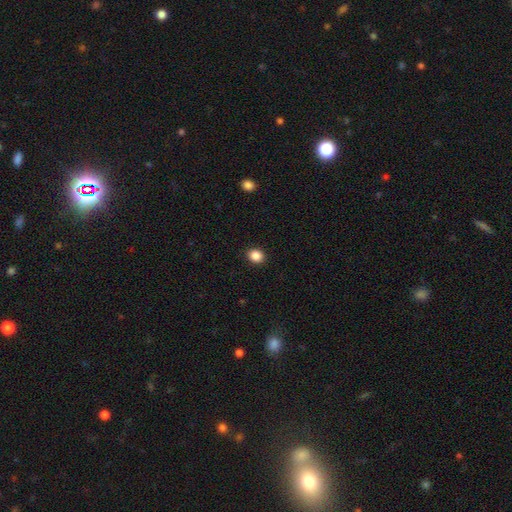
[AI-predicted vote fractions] Smooth or featured? Predicted: smooth (p=0.87). How rounded? Predicted: round (p=0.68). Merging? Predicted: none (p=0.91).